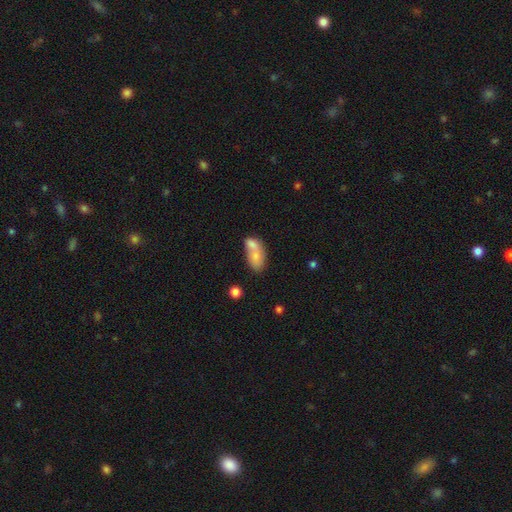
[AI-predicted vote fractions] smooth-or-featured: smooth: 72% | featured or disk: 20% | star or artifact: 8%
  how-rounded: in between: 86% | round: 10% | cigar-shaped: 4%
  merging: merger: 60% | none: 24% | minor disturbance: 11% | major disturbance: 6%